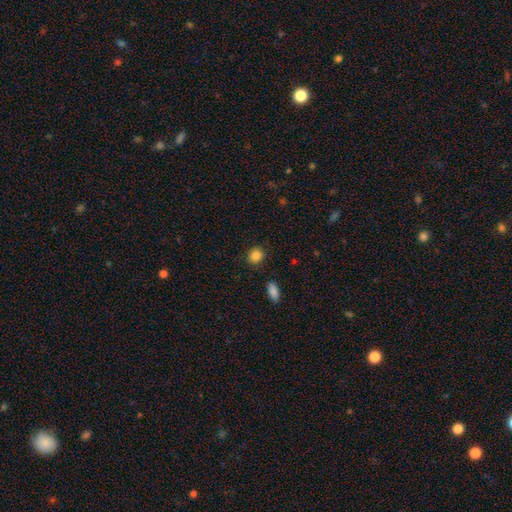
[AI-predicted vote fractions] Overall: smooth (87%). How rounded: round (68%; in between 30%). Merging: none (86%).